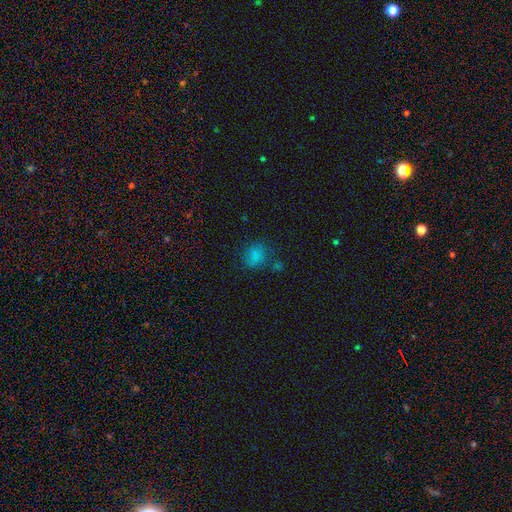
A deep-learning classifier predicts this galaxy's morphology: A smooth galaxy with no disk features (73%) that is round (56%).

Vote fractions:
- Smooth or featured? smooth: 73% / star or artifact: 18% / featured or disk: 9%
- How rounded? round: 56% / in between: 42% / cigar-shaped: 1%
- Merging? none: 56% / minor disturbance: 20% / merger: 13% / major disturbance: 10%